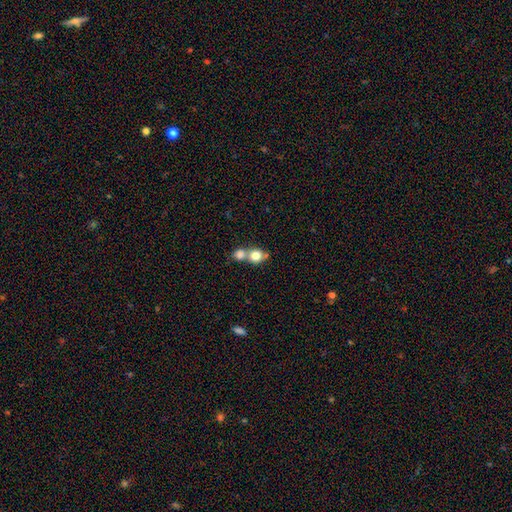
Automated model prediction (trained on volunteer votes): smooth-or-featured: smooth: 79% | featured or disk: 12% | star or artifact: 9%
  how-rounded: round: 75% | in between: 24% | cigar-shaped: 1%
  merging: merger: 60% | none: 31% | minor disturbance: 6% | major disturbance: 3%